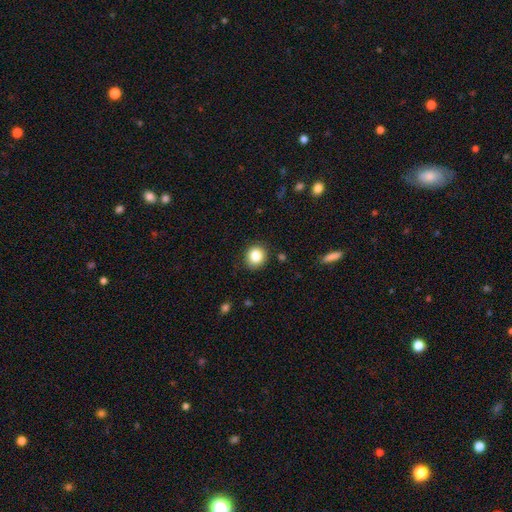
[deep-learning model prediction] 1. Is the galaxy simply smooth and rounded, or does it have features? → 85% smooth, 10% star or artifact, 5% featured or disk.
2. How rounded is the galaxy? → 81% round, 18% in between, 1% cigar-shaped.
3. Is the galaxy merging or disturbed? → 87% none, 9% minor disturbance, 3% major disturbance, 1% merger.